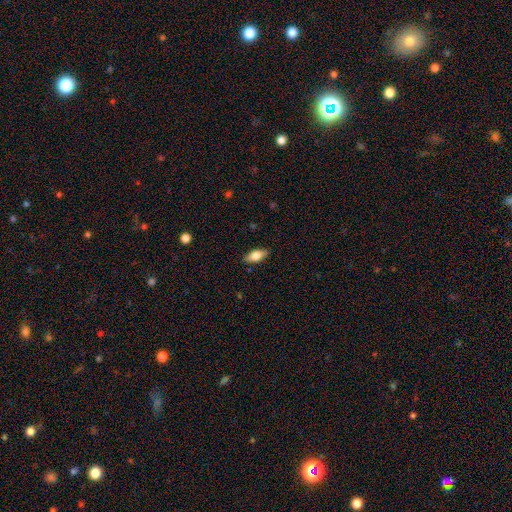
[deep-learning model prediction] A smooth galaxy with no disk features (74%) that is in between round and cigar-shaped (83%). Merging: none (88%).